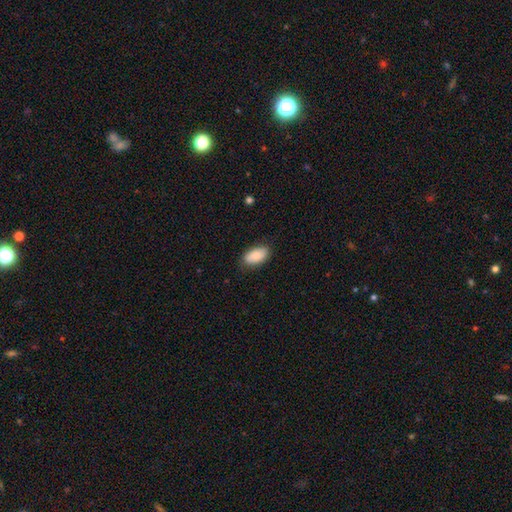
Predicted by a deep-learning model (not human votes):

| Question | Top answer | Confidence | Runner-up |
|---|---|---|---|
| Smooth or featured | smooth | 80% | featured or disk (14%) |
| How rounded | in between | 93% | round (4%) |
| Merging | none | 83% | minor disturbance (13%) |